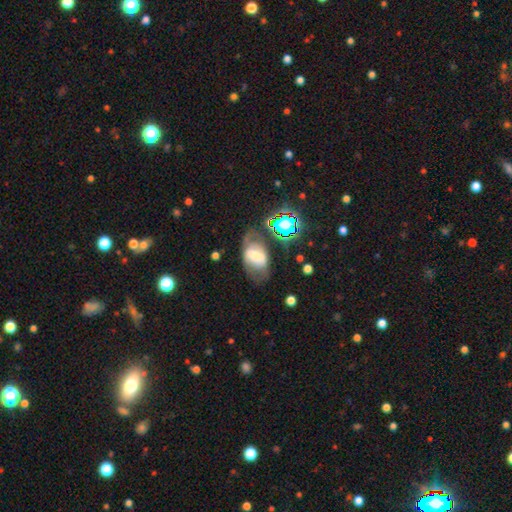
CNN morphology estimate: Overall: smooth (44%, tied with featured or disk). Merging: none (47%; minor disturbance 26%).